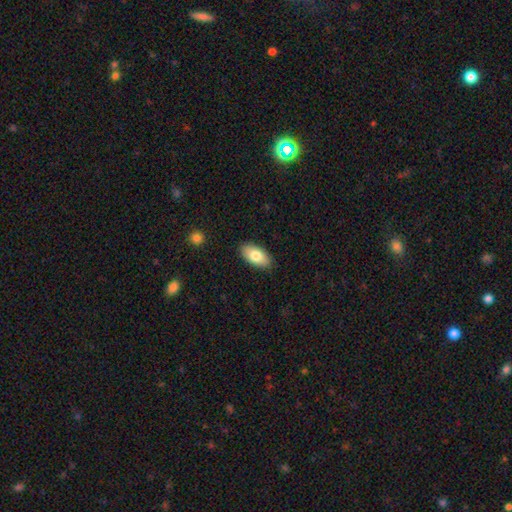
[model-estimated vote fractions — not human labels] The model was most divided on "smooth or featured": smooth: 80%, featured or disk: 14%, star or artifact: 6%. More confident: how rounded — in between (93%); merging — none (88%).